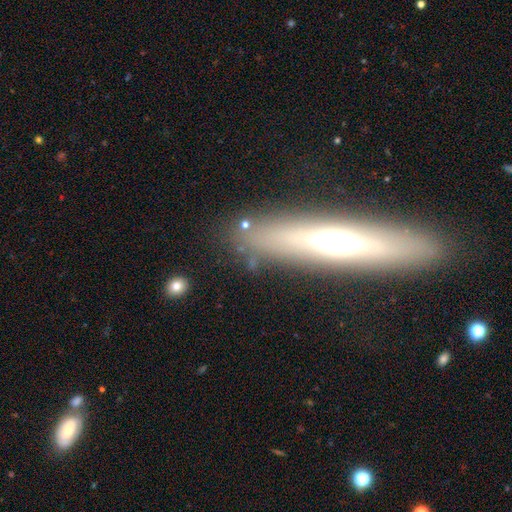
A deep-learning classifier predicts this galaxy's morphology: Smooth or featured? Predicted: featured or disk (p=0.50). Merging? Predicted: none (p=0.80).